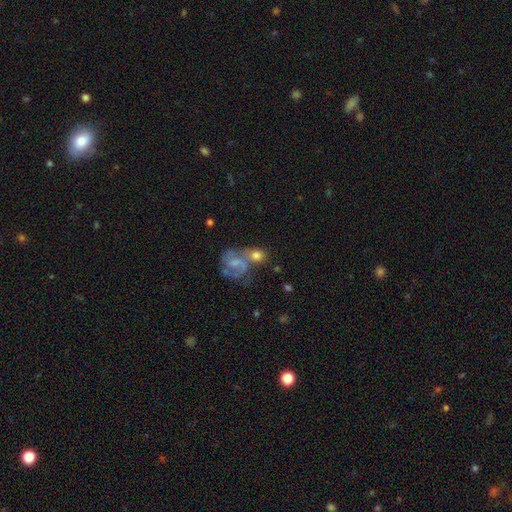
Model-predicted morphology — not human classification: type=featured or disk (44%); merging=none (41%).